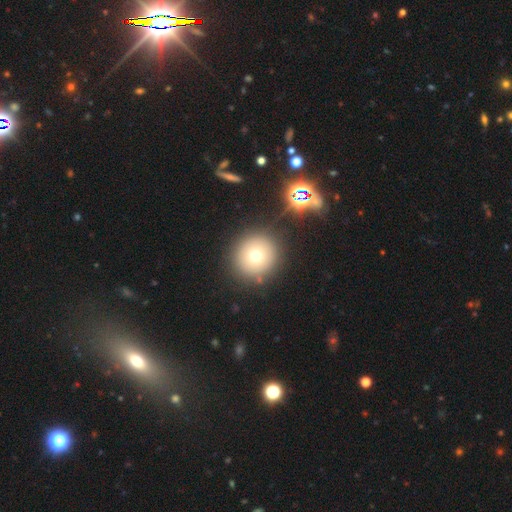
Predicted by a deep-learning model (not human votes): Smooth or featured? Predicted: smooth (p=0.70). How rounded? Predicted: round (p=0.94). Merging? Predicted: none (p=0.86).